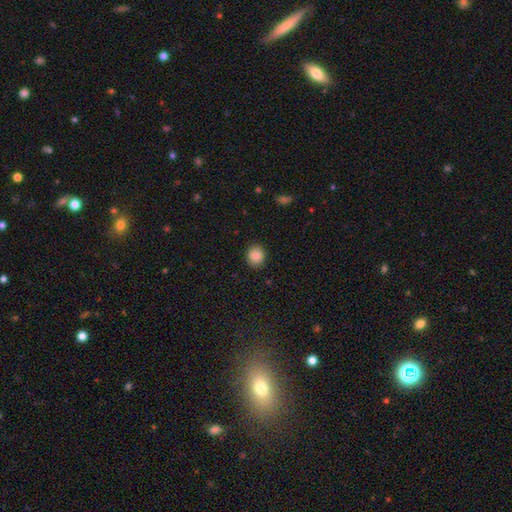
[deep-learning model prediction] This appears to be a smooth galaxy with no disk features (86%) that is round (78%). Merging: none (89%).